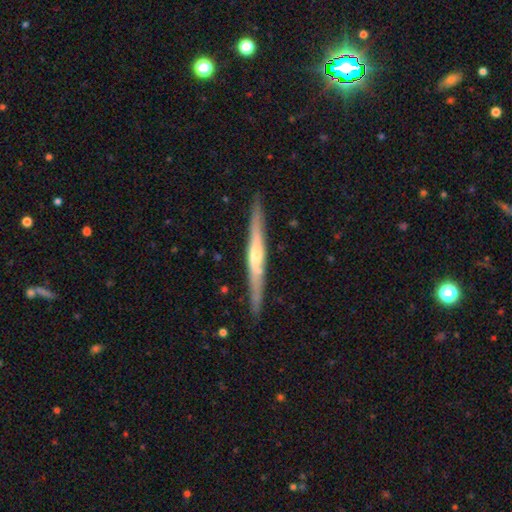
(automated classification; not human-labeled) A featured or disk galaxy (66%) viewed edge-on (95%) with a rounded central bulge (59%). Merging: none (84%).